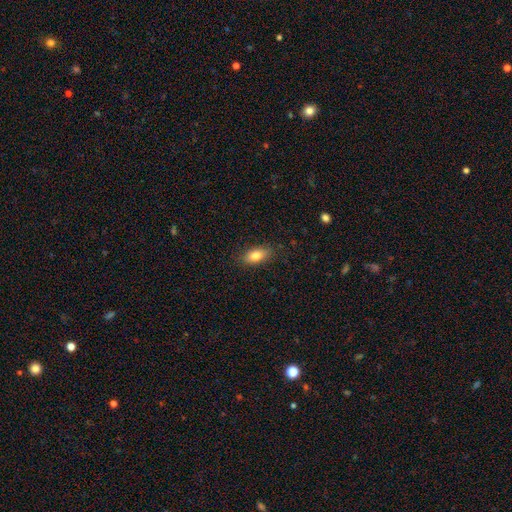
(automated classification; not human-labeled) This appears to be a smooth galaxy with no disk features (80%) that is in between round and cigar-shaped (87%). Merging: none (86%).